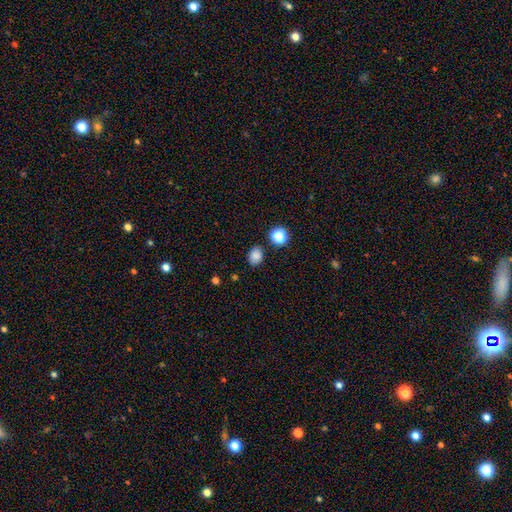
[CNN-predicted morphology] Q: Smooth or featured?
A: smooth (83%); runner-up: star or artifact (12%)
Q: How rounded?
A: round (50%); runner-up: in between (49%)
Q: Merging?
A: none (83%); runner-up: minor disturbance (11%)